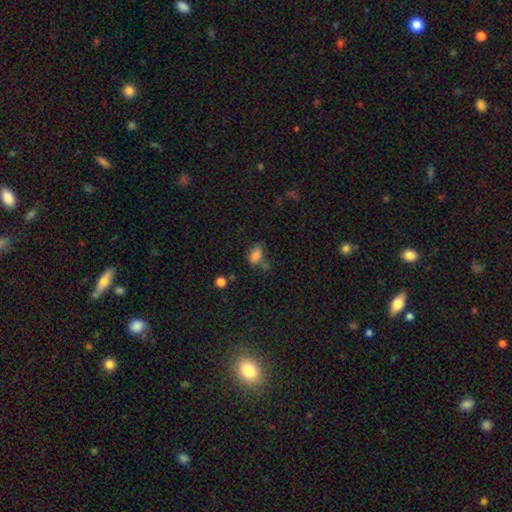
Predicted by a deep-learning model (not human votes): Morphology: type=smooth (81%); roundness=in between (86%); merging=none (51%).